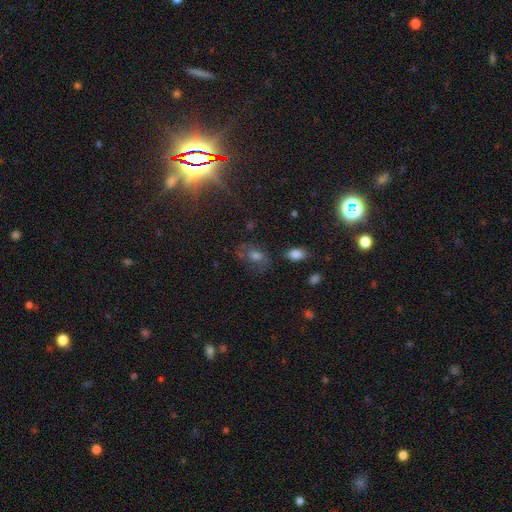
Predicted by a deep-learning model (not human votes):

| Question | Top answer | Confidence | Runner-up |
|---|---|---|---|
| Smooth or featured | smooth | 43% | star or artifact (29%) |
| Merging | none | 64% | minor disturbance (20%) |